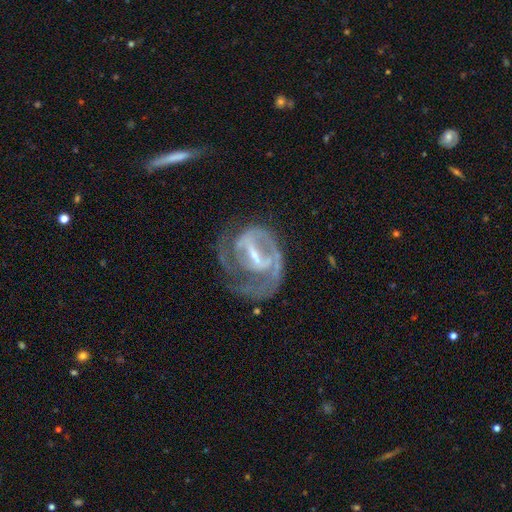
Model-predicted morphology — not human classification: Overall: featured or disk (85%). Edge-on disk: no (97%). Bar: strong (48%; weak 40%). Spiral arms: yes (87%). Spiral arm count: 2 (42%; 1 31%). Spiral winding: tight (50%; medium 38%). Bulge size: small (58%; moderate 30%). Merging: none (44%; major disturbance 33%).